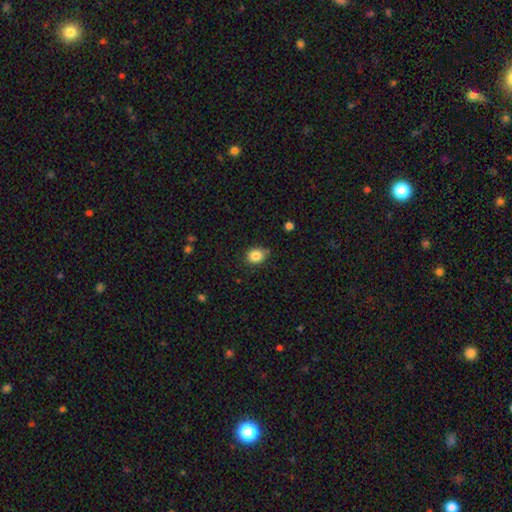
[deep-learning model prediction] This appears to be a smooth galaxy with no disk features (85%) that is round (58%). Merging: none (74%).